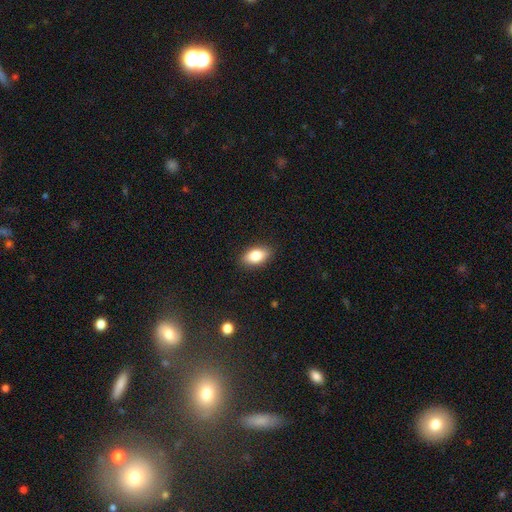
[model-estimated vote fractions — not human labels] The model was most divided on "smooth or featured": smooth: 83%, featured or disk: 10%, star or artifact: 8%. More confident: how rounded — in between (90%); merging — none (88%).